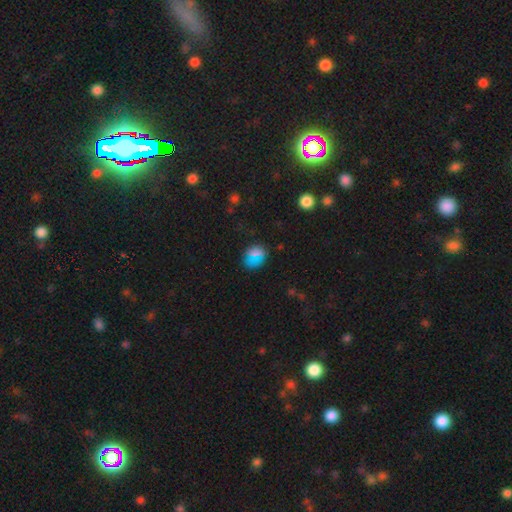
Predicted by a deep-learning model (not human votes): Overall: smooth (65%; star or artifact 26%). How rounded: round (56%; in between 41%). Merging: none (78%).